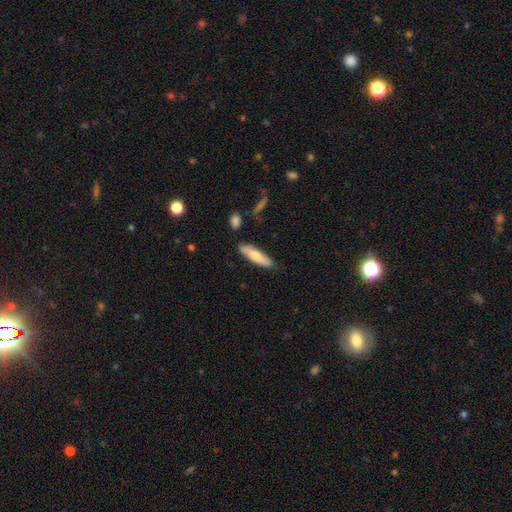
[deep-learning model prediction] smooth_or_featured: smooth (p=0.73) [alt: featured or disk p=0.21]
how_rounded: cigar-shaped (p=0.63) [alt: in between p=0.35]
merging: none (p=0.82) [alt: minor disturbance p=0.12]